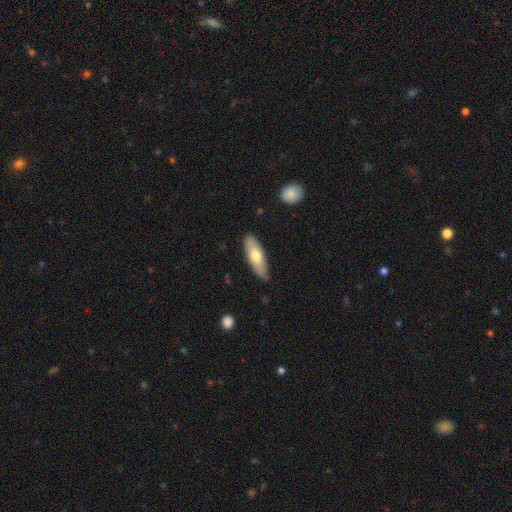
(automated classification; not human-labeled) Smooth or featured?
  - smooth: 66% *
  - featured or disk: 28%
  - star or artifact: 5%
How rounded?
  - in between: 63% *
  - cigar-shaped: 35%
  - round: 2%
Merging?
  - none: 78% *
  - minor disturbance: 18%
  - major disturbance: 3%
  - merger: 1%